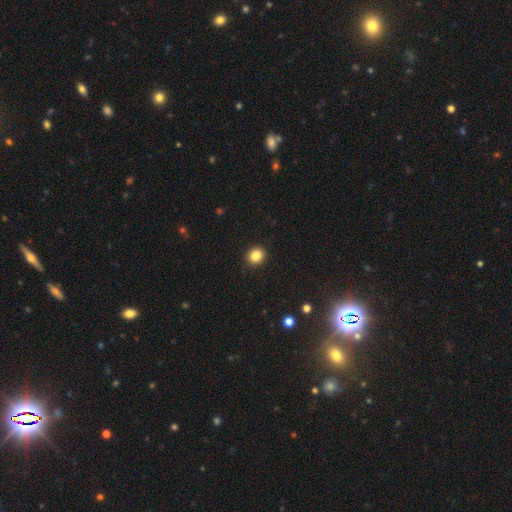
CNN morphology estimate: smooth_or_featured: smooth (p=0.86) [alt: star or artifact p=0.10]
how_rounded: round (p=0.79) [alt: in between p=0.20]
merging: none (p=0.91) [alt: minor disturbance p=0.06]